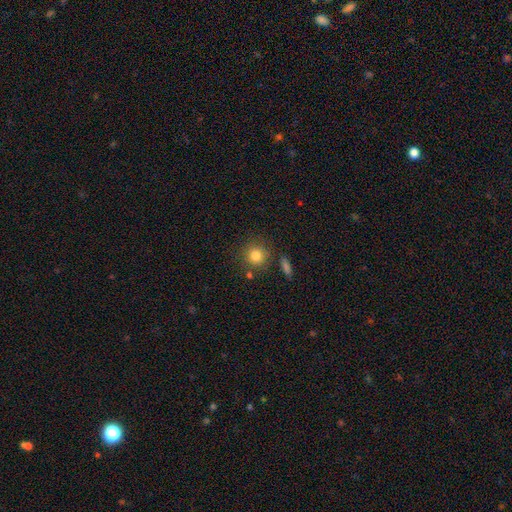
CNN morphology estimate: Smooth or featured?
  - smooth: 82% *
  - star or artifact: 11%
  - featured or disk: 7%
How rounded?
  - round: 91% *
  - in between: 8%
  - cigar-shaped: 1%
Merging?
  - none: 79% *
  - minor disturbance: 10%
  - merger: 7%
  - major disturbance: 4%